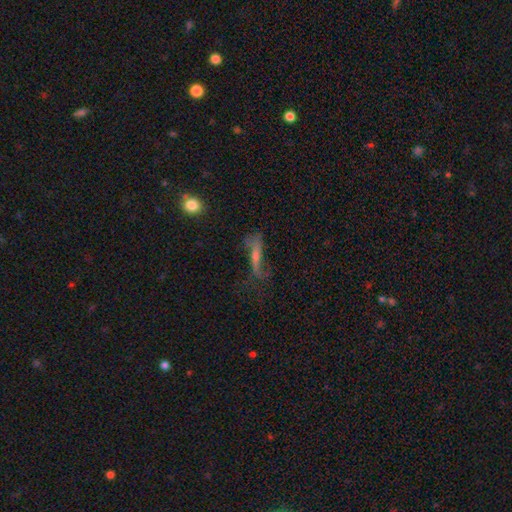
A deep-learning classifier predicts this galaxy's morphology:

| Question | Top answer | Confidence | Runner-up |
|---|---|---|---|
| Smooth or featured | featured or disk | 54% | smooth (26%) |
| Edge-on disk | no | 57% | yes (43%) |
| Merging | none | 51% | major disturbance (24%) |